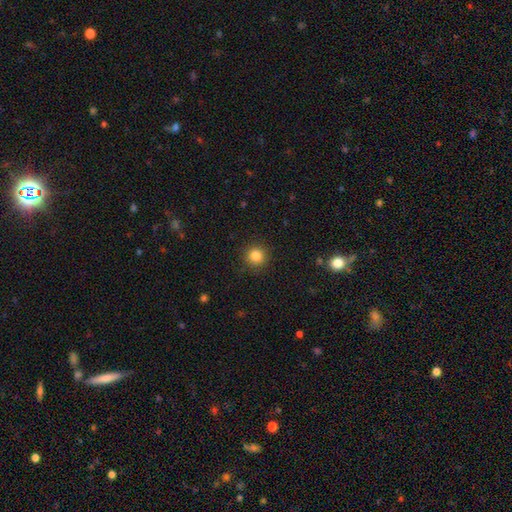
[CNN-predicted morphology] Smooth or featured?
  - smooth: 84% *
  - star or artifact: 12%
  - featured or disk: 4%
How rounded?
  - round: 94% *
  - in between: 5%
  - cigar-shaped: 1%
Merging?
  - none: 91% *
  - minor disturbance: 6%
  - major disturbance: 2%
  - merger: 1%